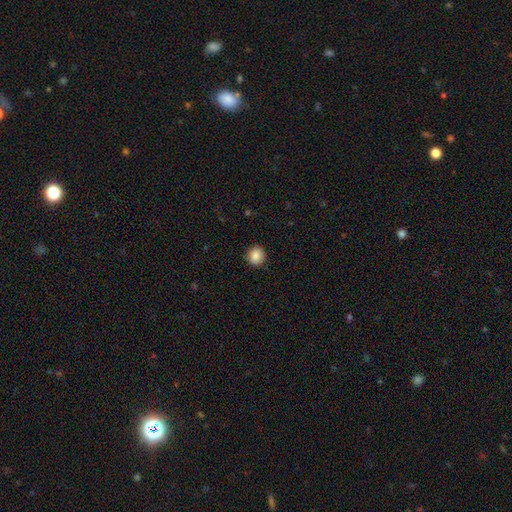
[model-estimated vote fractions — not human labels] A smooth galaxy with no disk features (88%) that is round (87%).

Vote fractions:
- Smooth or featured? smooth: 88% / star or artifact: 9% / featured or disk: 3%
- How rounded? round: 87% / in between: 12% / cigar-shaped: 1%
- Merging? none: 89% / minor disturbance: 8% / major disturbance: 2% / merger: 1%